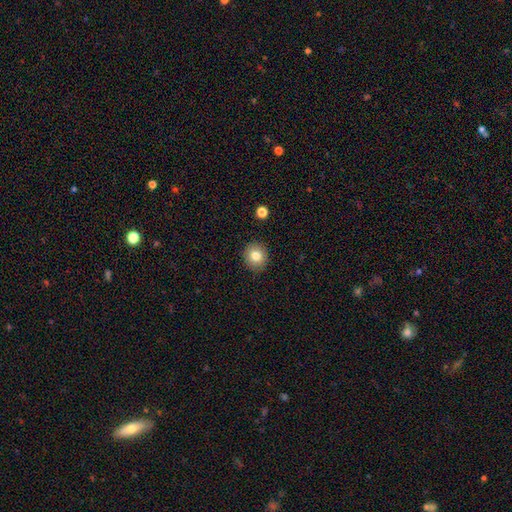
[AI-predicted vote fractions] Q: Smooth or featured?
A: smooth (81%); runner-up: star or artifact (10%)
Q: How rounded?
A: round (87%); runner-up: in between (12%)
Q: Merging?
A: none (90%); runner-up: minor disturbance (7%)